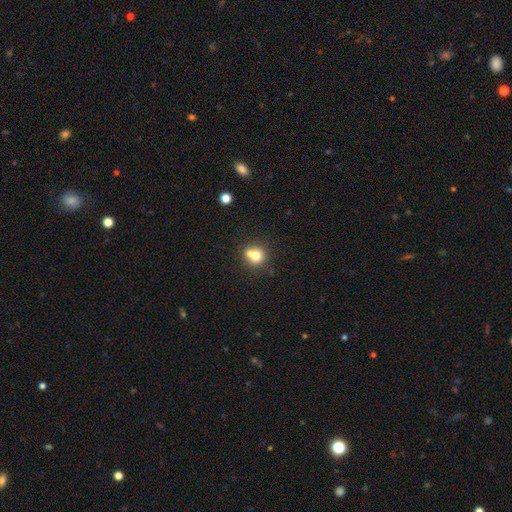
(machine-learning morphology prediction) Smooth or featured? smooth (70%)
How rounded? round (81%)
Merging? merger (45%)